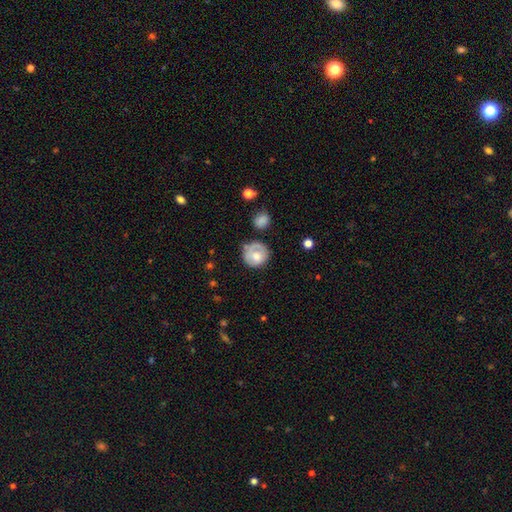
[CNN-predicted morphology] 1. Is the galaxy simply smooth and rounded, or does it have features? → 65% smooth, 28% featured or disk, 7% star or artifact.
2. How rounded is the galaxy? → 86% round, 13% in between, 1% cigar-shaped.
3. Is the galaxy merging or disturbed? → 57% none, 25% minor disturbance, 12% major disturbance, 6% merger.